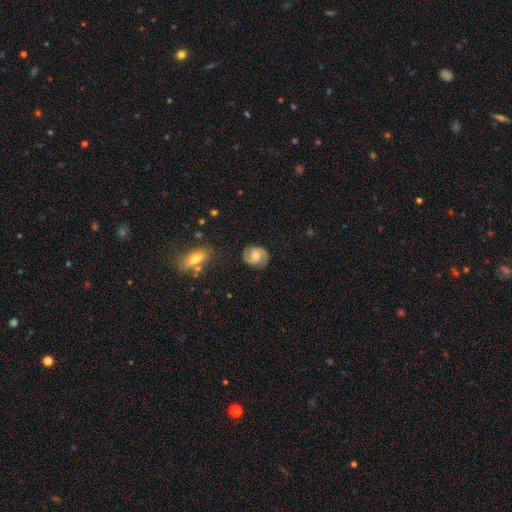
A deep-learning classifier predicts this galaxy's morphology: Overall: featured or disk (63%; smooth 30%). Edge-on disk: no (97%). Bar: no (59%; weak 34%). Spiral arms: yes (91%). Spiral arm count: 2 (87%). Spiral winding: medium (44%; tight 42%). Bulge size: moderate (61%; small 30%). Merging: none (81%).